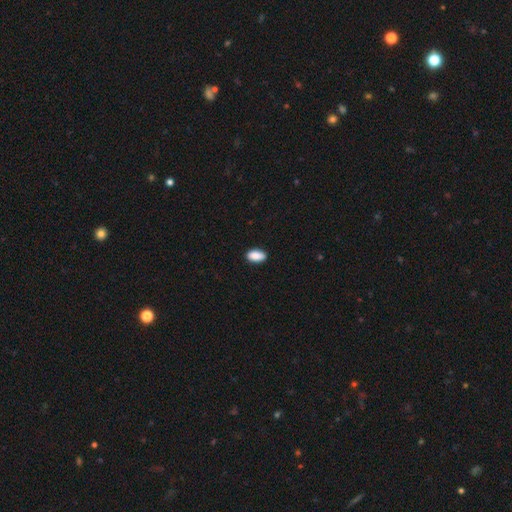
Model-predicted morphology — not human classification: smooth_or_featured: smooth (p=0.89) [alt: star or artifact p=0.07]
how_rounded: in between (p=0.92) [alt: round p=0.04]
merging: none (p=0.86) [alt: minor disturbance p=0.11]